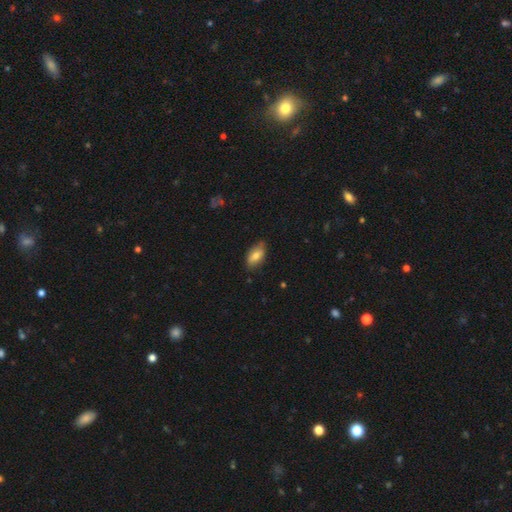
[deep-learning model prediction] Q: Smooth or featured?
A: smooth (72%); runner-up: featured or disk (21%)
Q: How rounded?
A: in between (91%); runner-up: cigar-shaped (5%)
Q: Merging?
A: none (75%); runner-up: minor disturbance (20%)